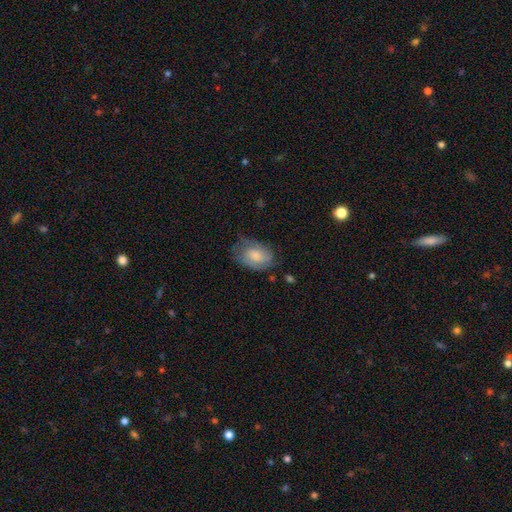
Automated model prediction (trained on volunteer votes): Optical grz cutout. It shows a smooth galaxy with no disk features (57%) that is in between round and cigar-shaped (83%). Merging: none (55%).